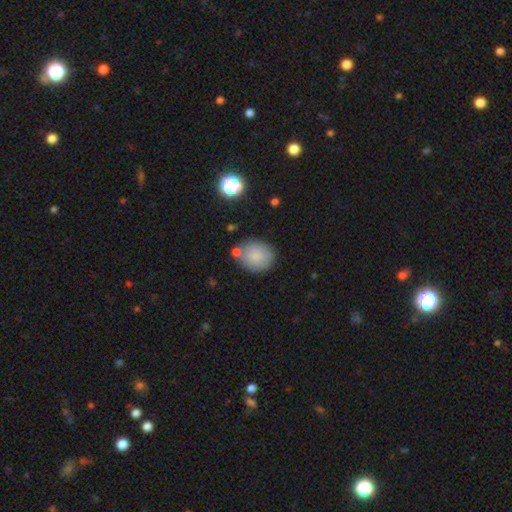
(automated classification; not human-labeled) Smooth or featured? Predicted: smooth (p=0.82). How rounded? Predicted: round (p=0.71). Merging? Predicted: none (p=0.70).